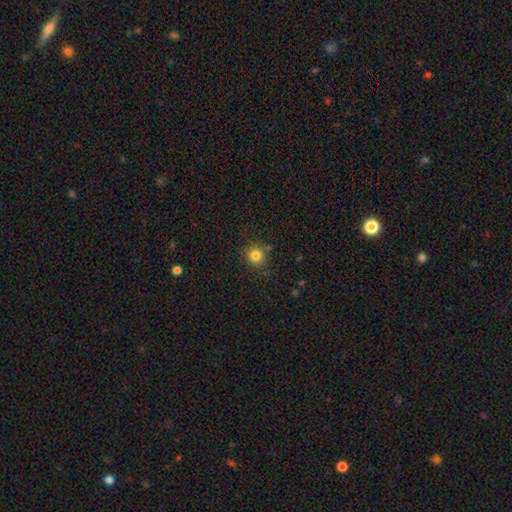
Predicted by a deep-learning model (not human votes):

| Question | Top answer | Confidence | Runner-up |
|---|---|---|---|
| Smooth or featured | smooth | 82% | star or artifact (13%) |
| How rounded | round | 87% | in between (12%) |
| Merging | none | 80% | minor disturbance (12%) |